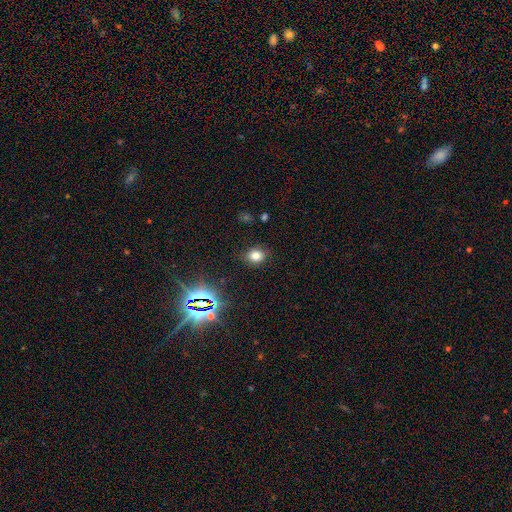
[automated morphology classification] Smooth or featured?
  - smooth: 76% *
  - star or artifact: 18%
  - featured or disk: 7%
How rounded?
  - round: 59% *
  - in between: 40%
  - cigar-shaped: 1%
Merging?
  - none: 86% *
  - minor disturbance: 10%
  - major disturbance: 3%
  - merger: 1%